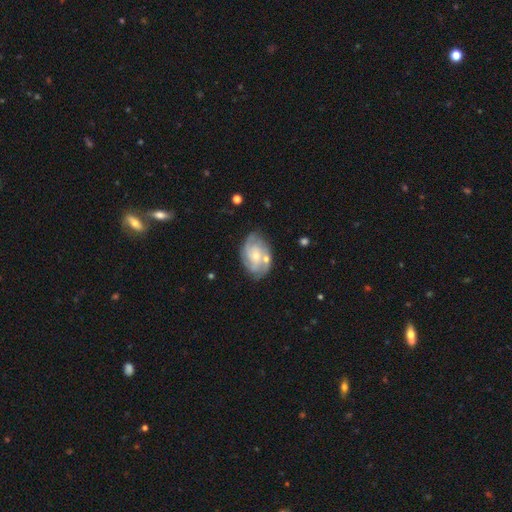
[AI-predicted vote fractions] Smooth or featured? Predicted: featured or disk (p=0.71). Edge-on disk? Predicted: no (p=0.97). Bar? Predicted: no (p=0.66). Spiral arms? Predicted: yes (p=0.87). Spiral winding? Predicted: tight (p=0.51). Spiral arm count? Predicted: 2 (p=0.33). Bulge size? Predicted: small (p=0.54). Merging? Predicted: none (p=0.61).